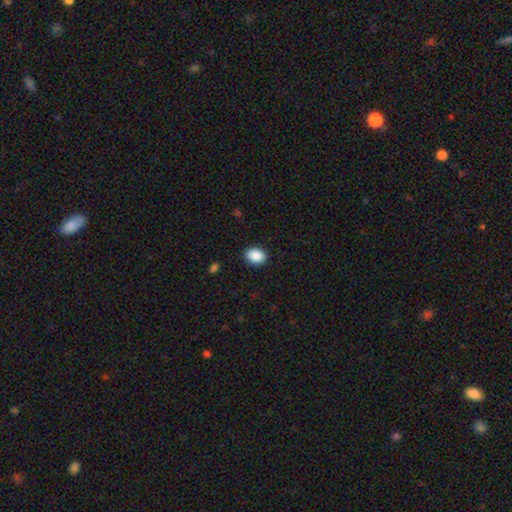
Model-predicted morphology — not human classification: Smooth or featured? Predicted: smooth (p=0.90). How rounded? Predicted: in between (p=0.72). Merging? Predicted: none (p=0.90).